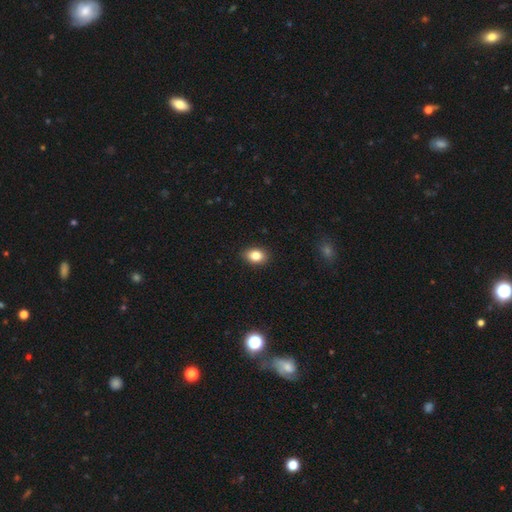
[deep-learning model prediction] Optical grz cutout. It shows a smooth galaxy with no disk features (84%) that is in between round and cigar-shaped (75%). Merging: none (89%).